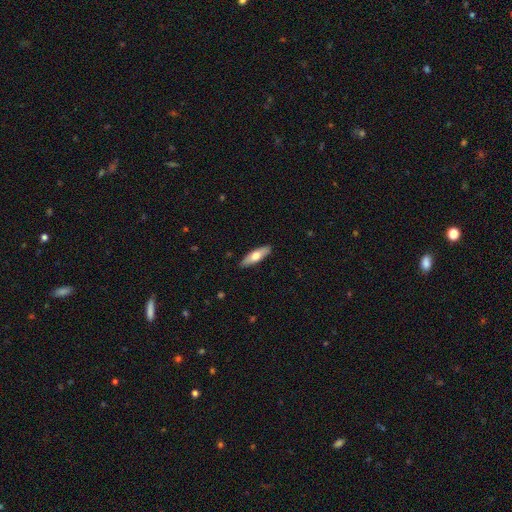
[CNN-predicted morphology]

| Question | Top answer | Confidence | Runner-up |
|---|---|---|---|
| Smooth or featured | smooth | 61% | featured or disk (34%) |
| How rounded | cigar-shaped | 52% | in between (46%) |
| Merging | none | 89% | minor disturbance (8%) |